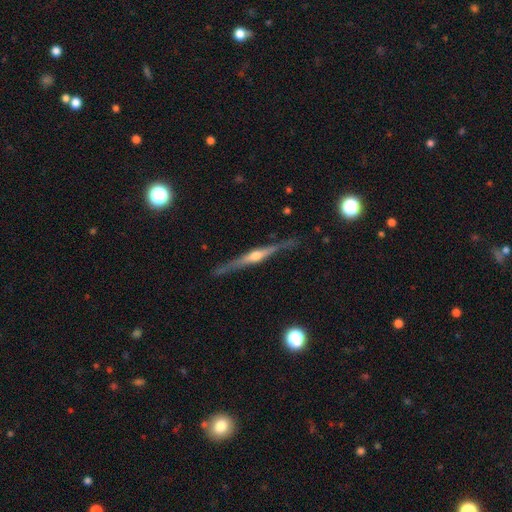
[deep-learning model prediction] A featured or disk galaxy (81%) viewed edge-on (98%) with a rounded central bulge (88%).

Vote fractions:
- Smooth or featured? featured or disk: 81% / smooth: 14% / star or artifact: 5%
- Edge-on disk? yes: 98% / no: 2%
- Edge-on bulge? rounded: 88% / boxy: 6% / none: 5%
- Merging? none: 85% / minor disturbance: 12% / major disturbance: 2% / merger: 2%